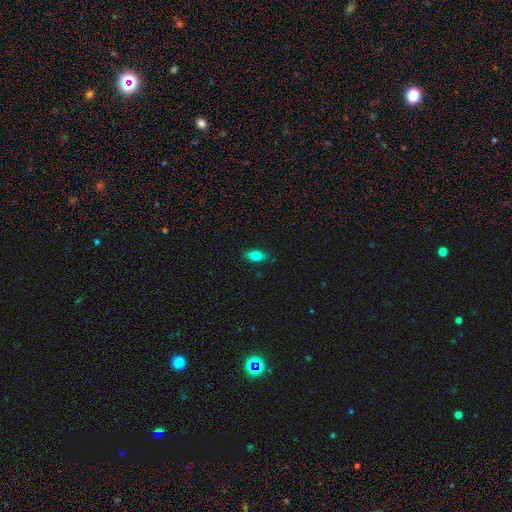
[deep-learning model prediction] Smooth or featured? Predicted: smooth (p=0.73). How rounded? Predicted: in between (p=0.80). Merging? Predicted: none (p=0.86).